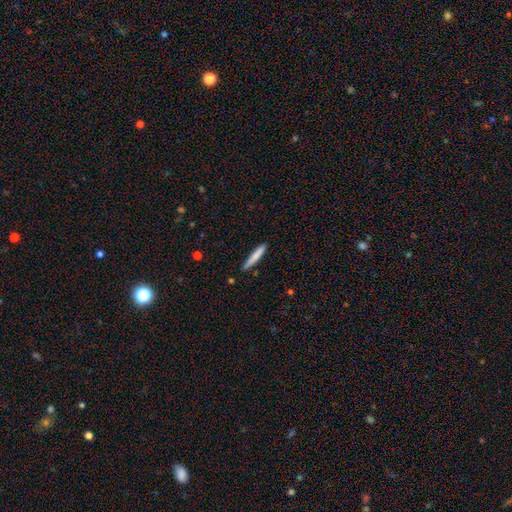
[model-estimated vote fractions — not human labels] Smooth or featured? smooth (77%)
How rounded? cigar-shaped (94%)
Merging? none (85%)